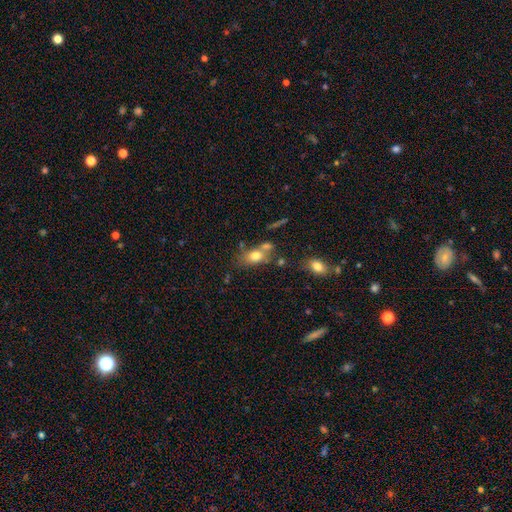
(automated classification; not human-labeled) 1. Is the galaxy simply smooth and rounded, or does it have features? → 75% smooth, 15% featured or disk, 10% star or artifact.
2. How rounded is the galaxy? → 74% in between, 22% round, 4% cigar-shaped.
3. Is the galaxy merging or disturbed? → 46% none, 31% merger, 16% minor disturbance, 7% major disturbance.